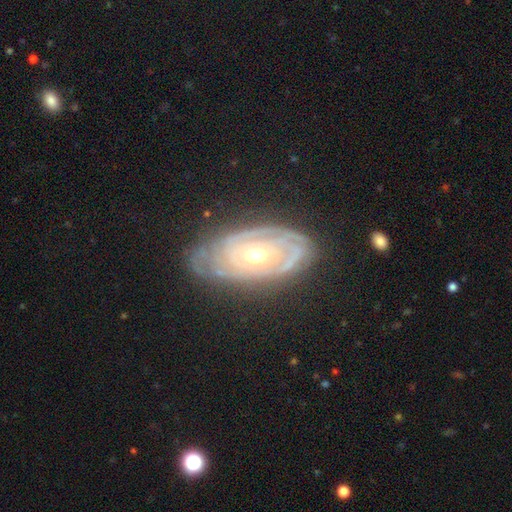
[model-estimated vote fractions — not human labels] Morphology: type=featured or disk (84%); edge-on=no (92%); bar=no (76%); spiral arms=yes (85%); winding=tight (80%); arm count=can't tell (46%); bulge=moderate (73%); merging=none (75%).